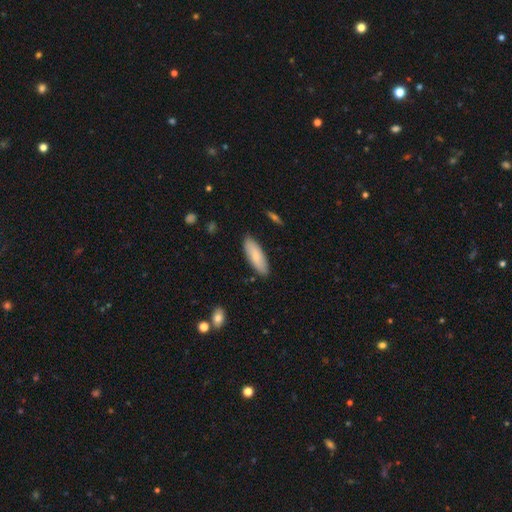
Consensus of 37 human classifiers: Q: Smooth or featured?
A: smooth (81%); runner-up: featured or disk (19%)
Q: How rounded?
A: in between (50%); tied with: cigar-shaped (50%)
Q: Merging?
A: none (73%); runner-up: minor disturbance (16%)